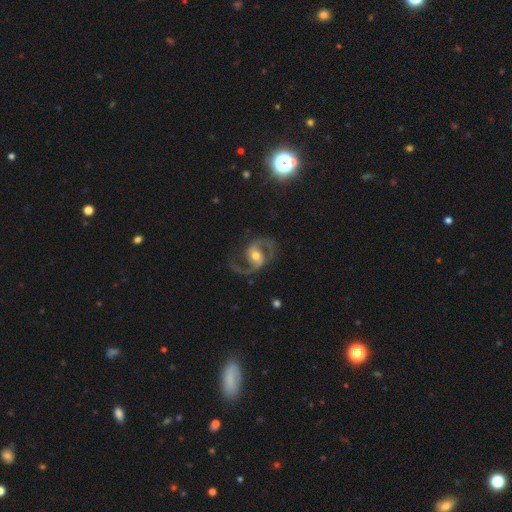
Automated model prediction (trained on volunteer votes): Smooth or featured?
  - featured or disk: 92% *
  - star or artifact: 4%
  - smooth: 4%
Edge-on disk?
  - no: 98% *
  - yes: 2%
Bar?
  - no: 39% *
  - weak: 38%
  - strong: 23%
Spiral arms?
  - yes: 98% *
  - no: 2%
Spiral winding?
  - medium: 57% *
  - loose: 32%
  - tight: 11%
Spiral arm count?
  - 2: 94% *
  - 1: 2%
  - can't tell: 1%
  - 3: 1%
  - 4: 1%
  - more than 4: 1%
Bulge size?
  - moderate: 70% *
  - small: 21%
  - large: 6%
  - none: 1%
  - dominant: 1%
Merging?
  - none: 78% *
  - minor disturbance: 13%
  - major disturbance: 8%
  - merger: 2%